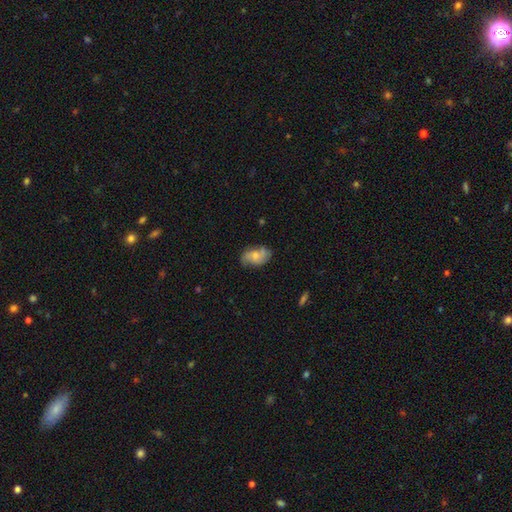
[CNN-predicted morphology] Smooth or featured?
  - featured or disk: 50% *
  - smooth: 42%
  - star or artifact: 8%
Edge-on disk?
  - no: 95% *
  - yes: 5%
Merging?
  - none: 68% *
  - minor disturbance: 24%
  - major disturbance: 7%
  - merger: 2%